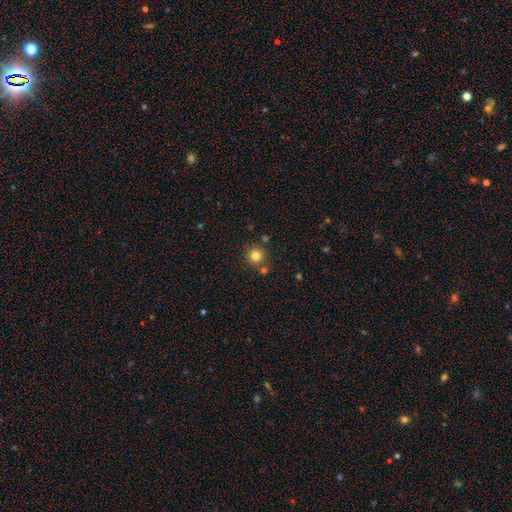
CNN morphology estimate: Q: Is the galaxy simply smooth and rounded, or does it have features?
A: smooth — 81%.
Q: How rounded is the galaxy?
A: round — 95%.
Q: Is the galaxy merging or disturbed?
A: none — 82%.